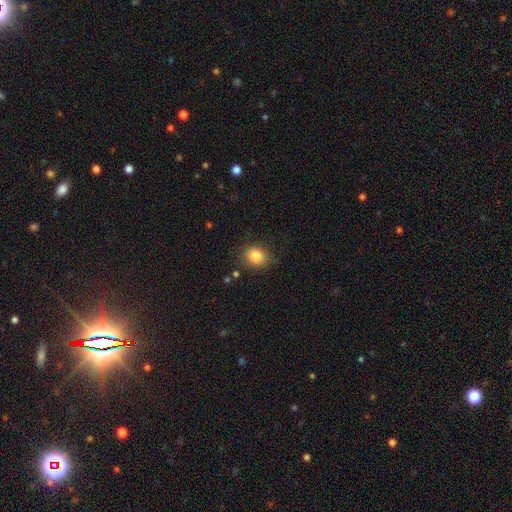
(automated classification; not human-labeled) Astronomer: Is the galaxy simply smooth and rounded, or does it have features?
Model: smooth — 84%.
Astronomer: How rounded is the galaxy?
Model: round — 57% (runner-up: in between, 42%).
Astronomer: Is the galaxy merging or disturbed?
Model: none — 78%.